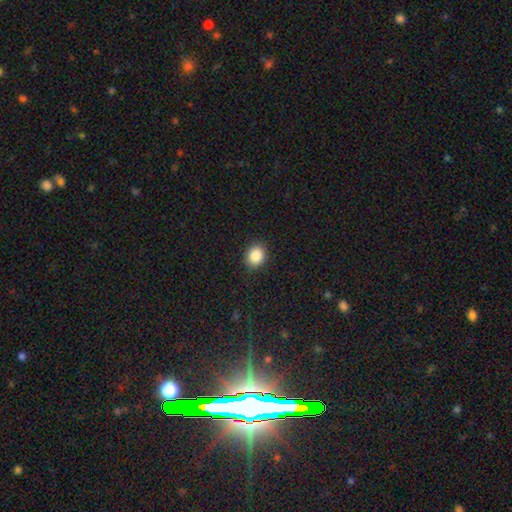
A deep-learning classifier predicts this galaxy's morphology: Smooth or featured? Predicted: smooth (p=0.87). How rounded? Predicted: round (p=0.58). Merging? Predicted: none (p=0.90).